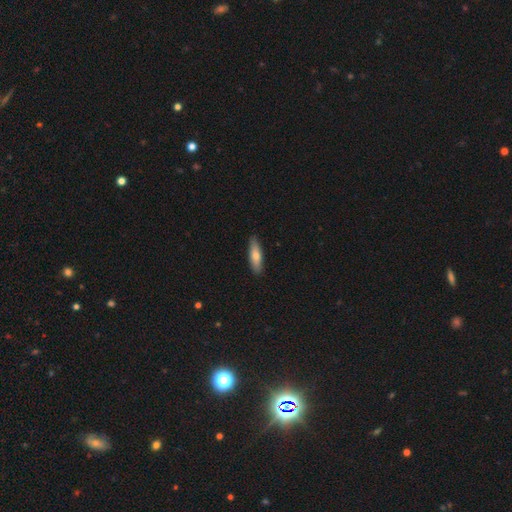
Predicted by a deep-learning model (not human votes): A smooth galaxy with no disk features (71%) that is cigar-shaped (57%). Merging: none (88%).